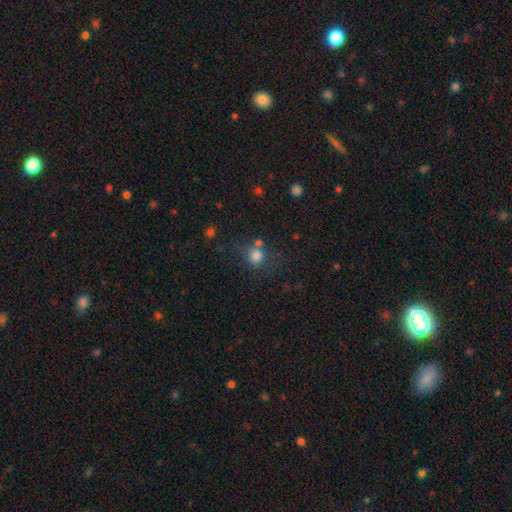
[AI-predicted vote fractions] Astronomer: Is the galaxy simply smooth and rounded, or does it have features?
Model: smooth — 80%.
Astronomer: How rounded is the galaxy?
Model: round — 85%.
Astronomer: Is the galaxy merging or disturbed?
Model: none — 64%.